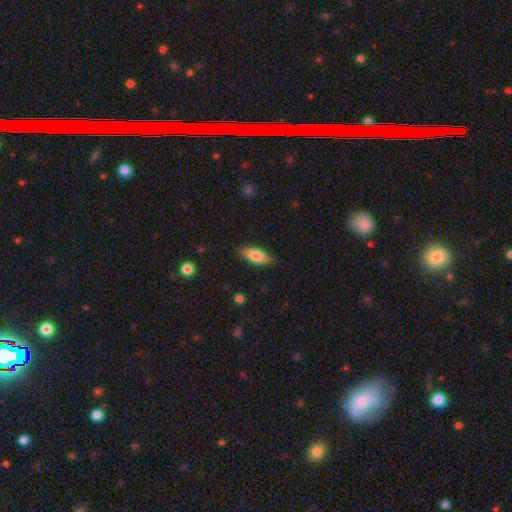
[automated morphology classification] Q: Smooth or featured?
A: smooth (78%); runner-up: featured or disk (16%)
Q: How rounded?
A: in between (76%); runner-up: cigar-shaped (22%)
Q: Merging?
A: none (84%); runner-up: minor disturbance (13%)